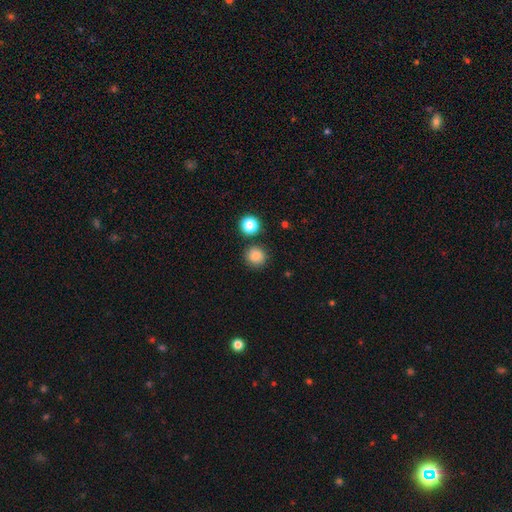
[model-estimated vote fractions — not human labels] A smooth galaxy with no disk features (83%) that is round (92%). Merging: none (84%).